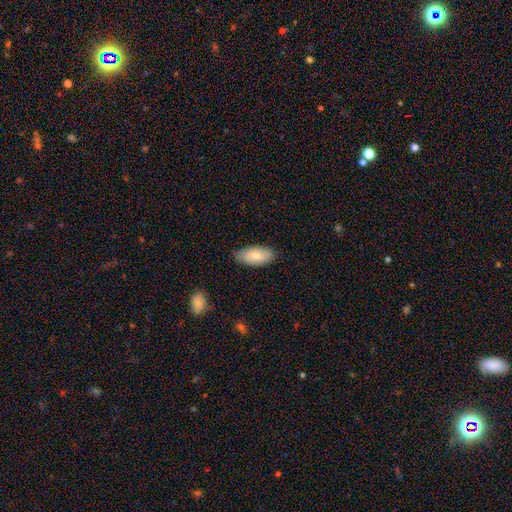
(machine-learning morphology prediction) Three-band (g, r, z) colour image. It shows a smooth galaxy with no disk features (78%) that is in between round and cigar-shaped (93%). Merging: none (79%).